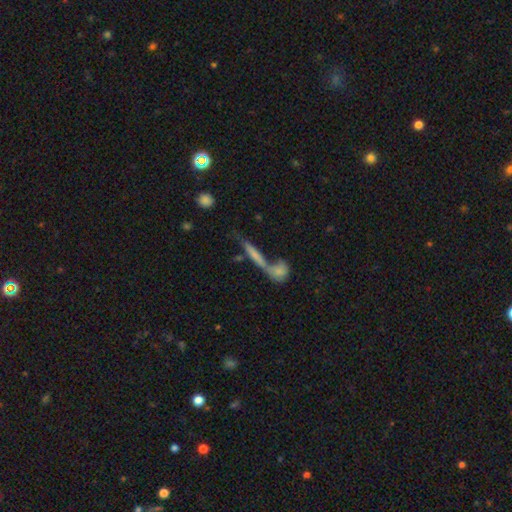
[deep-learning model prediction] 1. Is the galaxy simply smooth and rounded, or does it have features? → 43% smooth, 41% featured or disk, 16% star or artifact.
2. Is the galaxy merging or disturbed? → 43% none, 40% merger, 10% minor disturbance, 8% major disturbance.